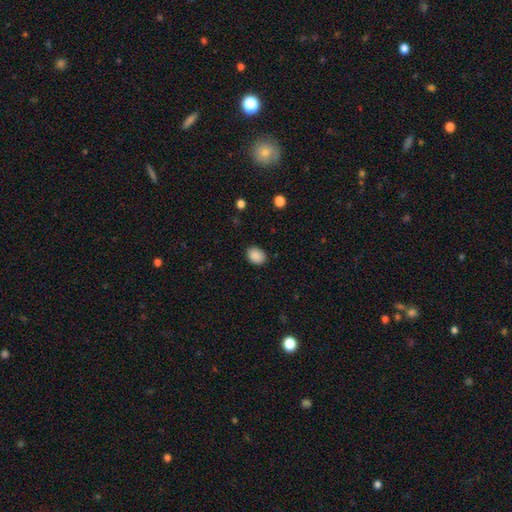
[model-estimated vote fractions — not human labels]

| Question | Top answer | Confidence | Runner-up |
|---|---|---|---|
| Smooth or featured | smooth | 89% | star or artifact (8%) |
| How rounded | in between | 66% | round (33%) |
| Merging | none | 87% | minor disturbance (10%) |